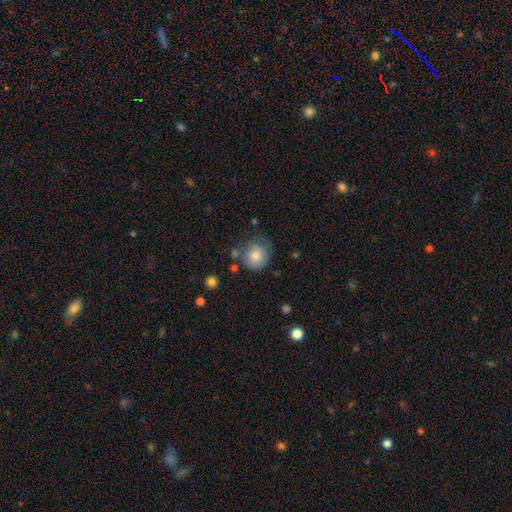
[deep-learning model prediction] Smooth or featured? smooth (82%)
How rounded? round (87%)
Merging? none (63%)